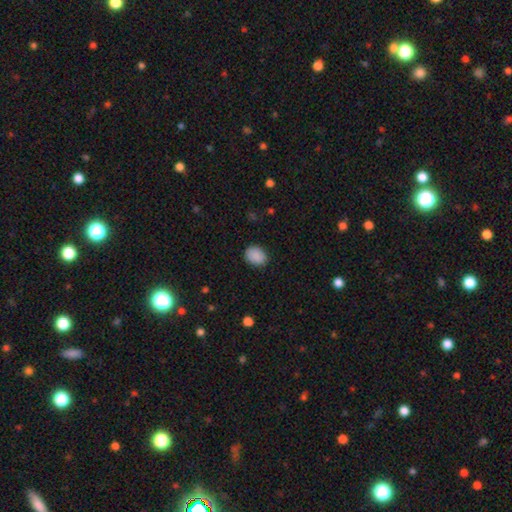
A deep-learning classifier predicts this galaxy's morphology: Smooth or featured? Predicted: smooth (p=0.89). How rounded? Predicted: in between (p=0.56). Merging? Predicted: none (p=0.85).